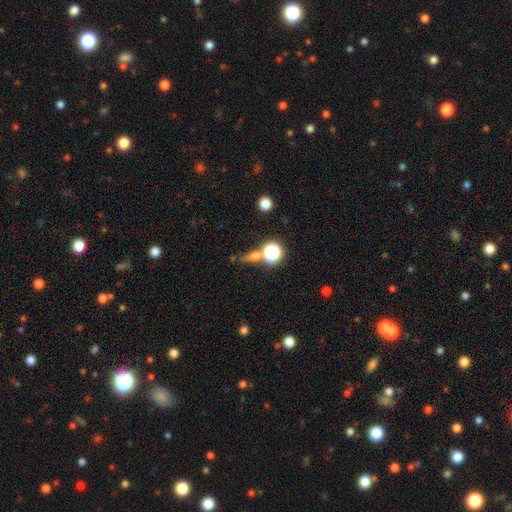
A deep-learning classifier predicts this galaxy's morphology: Smooth or featured: smooth — 54% (star or artifact — 30%)
How rounded: round — 53% (in between — 29%)
Merging: none — 57% (merger — 23%)